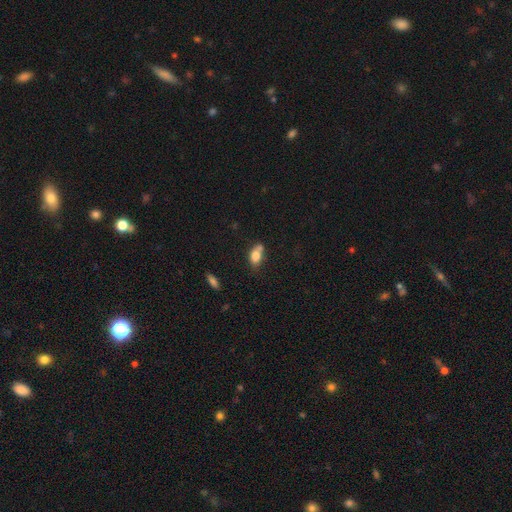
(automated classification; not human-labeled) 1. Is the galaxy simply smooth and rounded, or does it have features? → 78% smooth, 13% featured or disk, 9% star or artifact.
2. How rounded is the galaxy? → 81% in between, 14% round, 5% cigar-shaped.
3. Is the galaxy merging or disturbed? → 43% none, 25% merger, 23% minor disturbance, 8% major disturbance.